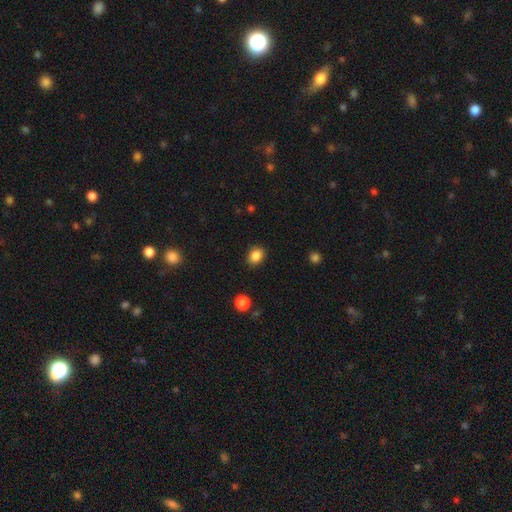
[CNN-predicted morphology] smooth-or-featured: smooth: 86% | star or artifact: 10% | featured or disk: 4%
  how-rounded: in between: 51% | round: 49% | cigar-shaped: 1%
  merging: none: 86% | minor disturbance: 10% | major disturbance: 3% | merger: 1%